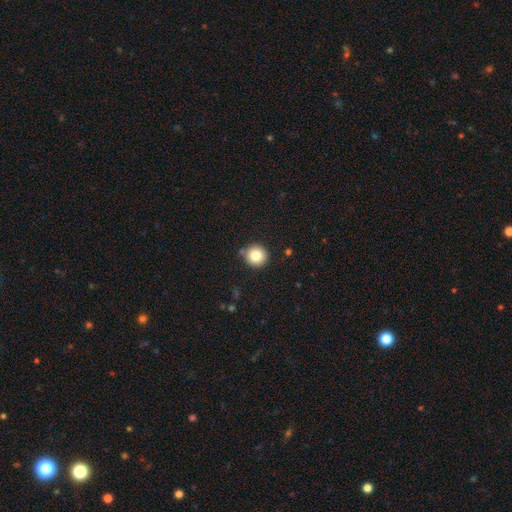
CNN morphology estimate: Smooth or featured: smooth — 82% (star or artifact — 10%)
How rounded: round — 95% (in between — 4%)
Merging: none — 85% (minor disturbance — 9%)